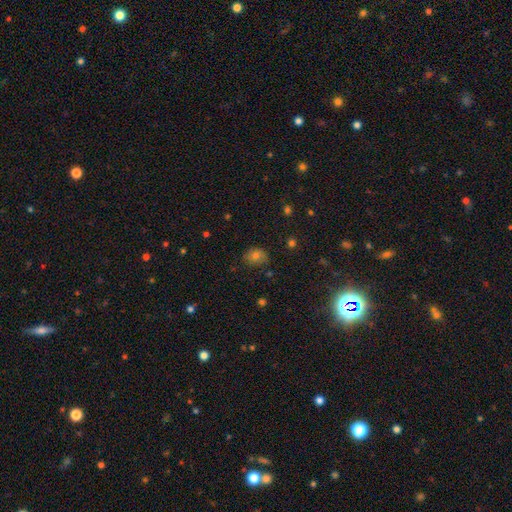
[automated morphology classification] Smooth or featured: smooth — 68% (star or artifact — 20%)
How rounded: in between — 59% (round — 40%)
Merging: none — 72% (minor disturbance — 21%)